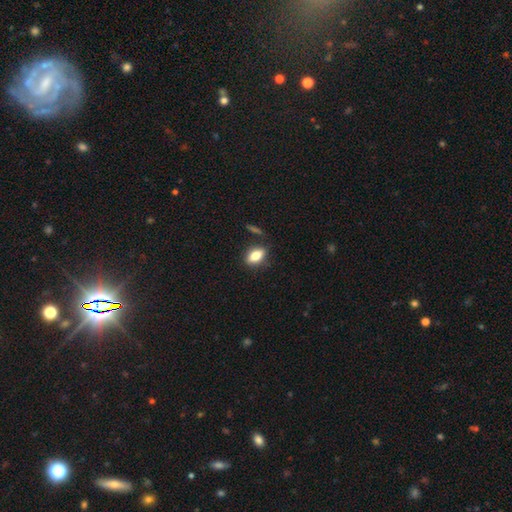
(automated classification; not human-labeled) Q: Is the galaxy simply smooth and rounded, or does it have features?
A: smooth — 76%.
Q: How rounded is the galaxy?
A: in between — 82%.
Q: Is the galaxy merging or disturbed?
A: none — 79%.